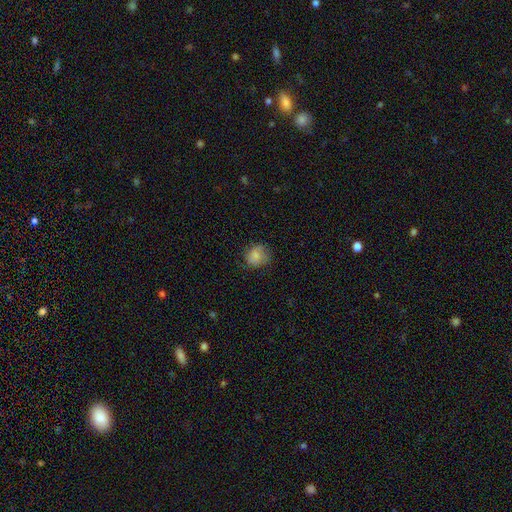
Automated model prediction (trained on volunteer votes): A smooth galaxy with no disk features (81%) that is round (75%). Merging: none (68%).